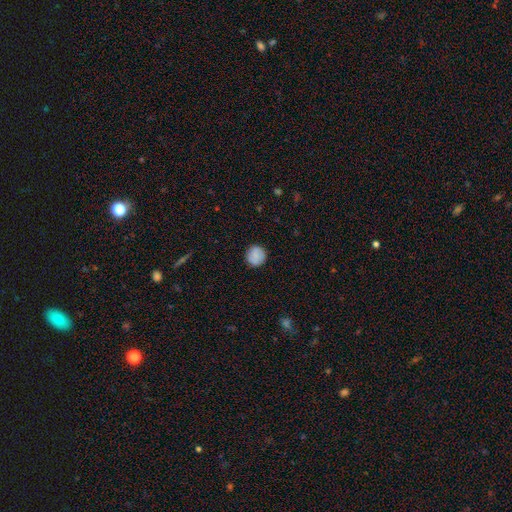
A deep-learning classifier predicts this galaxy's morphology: Smooth or featured? smooth (85%)
How rounded? round (93%)
Merging? none (89%)